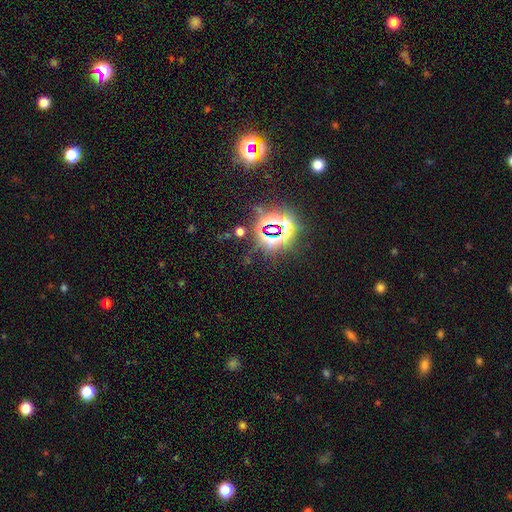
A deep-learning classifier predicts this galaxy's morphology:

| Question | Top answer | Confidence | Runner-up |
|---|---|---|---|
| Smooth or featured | star or artifact | 82% | smooth (11%) |